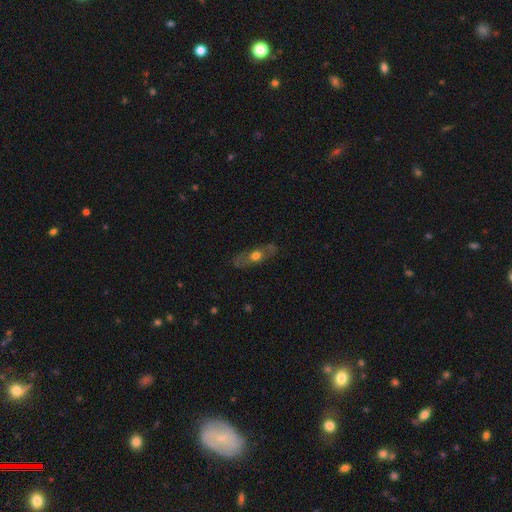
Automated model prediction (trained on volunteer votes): smooth_or_featured: featured or disk (p=0.52) [alt: smooth p=0.40]
disk_edge_on: no (p=0.58) [alt: yes p=0.42]
merging: none (p=0.77) [alt: minor disturbance p=0.16]